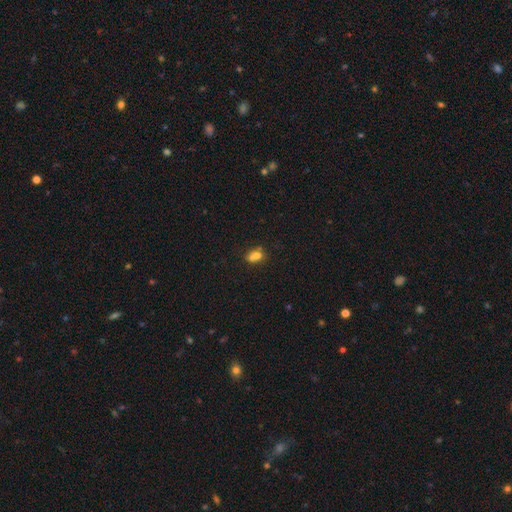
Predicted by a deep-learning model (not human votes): The model was most divided on "how rounded" (2-way tie): round: 49%, in between: 49%, cigar-shaped: 2%. Remaining: smooth or featured — smooth (68%); merging — merger (44%).